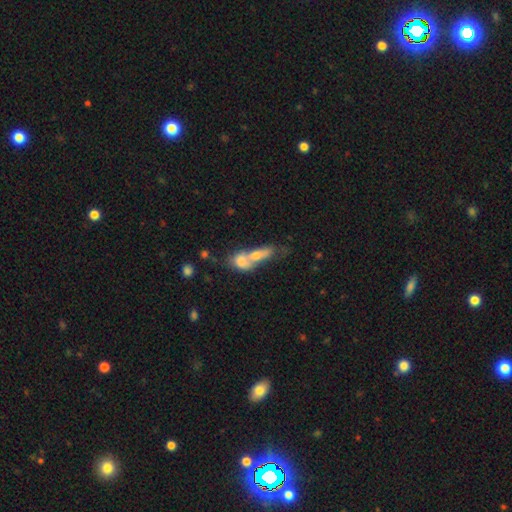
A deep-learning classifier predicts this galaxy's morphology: Overall: smooth (59%; featured or disk 30%). How rounded: in between (57%; cigar-shaped 23%). Merging: merger (74%).